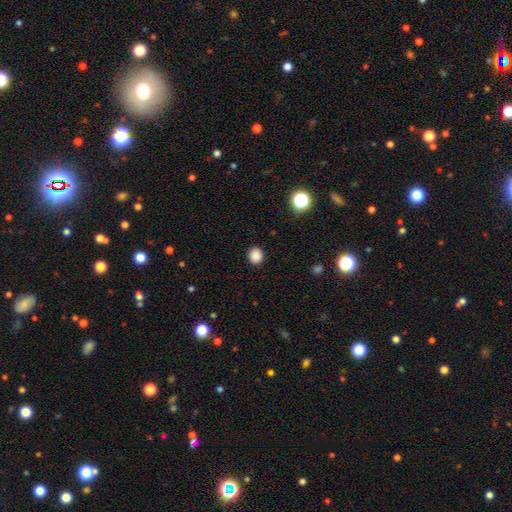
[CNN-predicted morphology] smooth_or_featured: smooth (p=0.86) [alt: star or artifact p=0.11]
how_rounded: round (p=0.81) [alt: in between p=0.18]
merging: none (p=0.91) [alt: minor disturbance p=0.06]